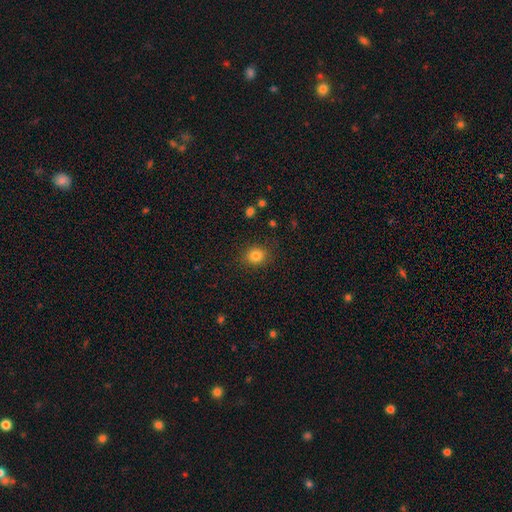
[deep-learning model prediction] A smooth galaxy with no disk features (83%) that is round (69%). Merging: none (86%).